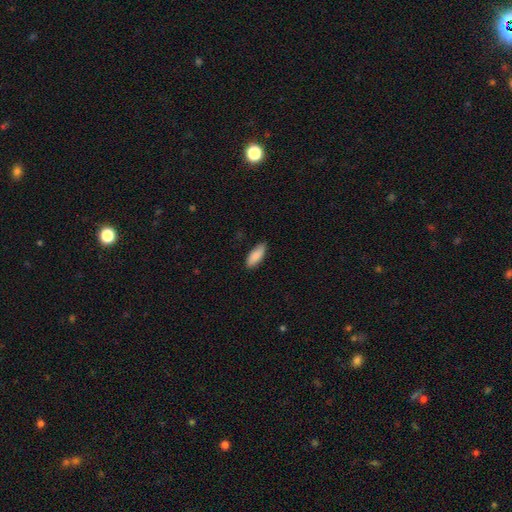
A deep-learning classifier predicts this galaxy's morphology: smooth 89%, star or artifact 6%, featured or disk 5%. Down the decision tree: how rounded — in between (75%); merging — none (84%).